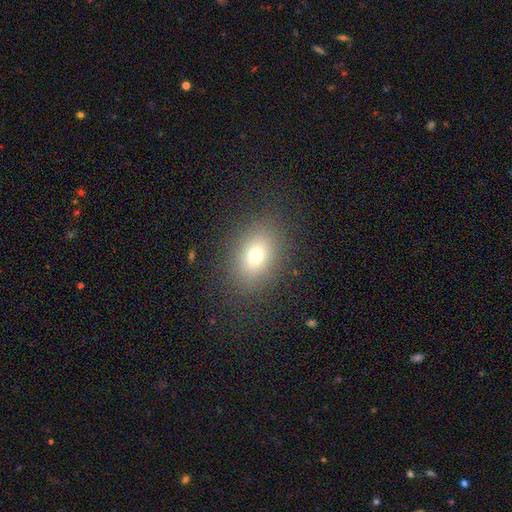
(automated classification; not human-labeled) Smooth or featured: smooth — 71% (star or artifact — 15%)
How rounded: in between — 66% (round — 32%)
Merging: none — 84% (minor disturbance — 10%)